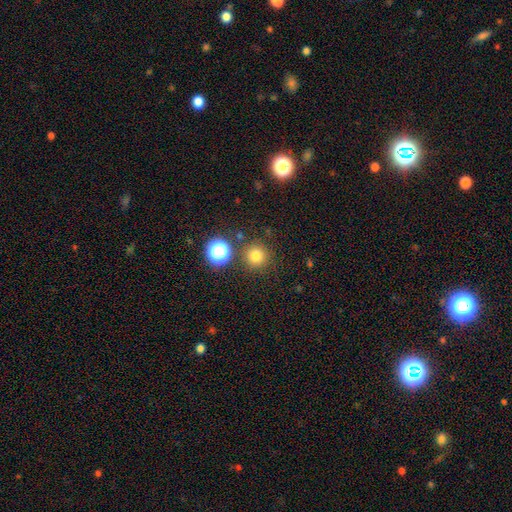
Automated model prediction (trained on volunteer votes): Q: Smooth or featured?
A: smooth (77%); runner-up: star or artifact (16%)
Q: How rounded?
A: round (95%); runner-up: in between (4%)
Q: Merging?
A: none (85%); runner-up: minor disturbance (7%)